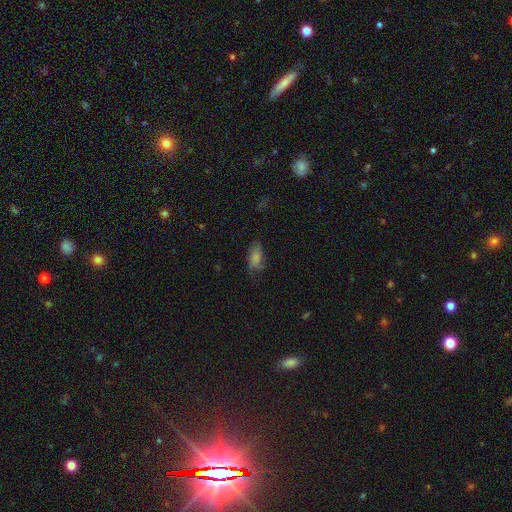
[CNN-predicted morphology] This appears to be a smooth galaxy with no disk features (57%) that is in between round and cigar-shaped (82%). Merging: none (66%).